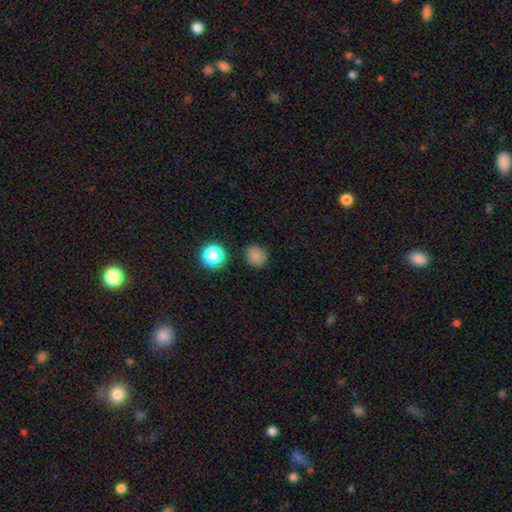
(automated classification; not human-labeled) Morphology: type=smooth (79%); roundness=round (84%); merging=none (85%).